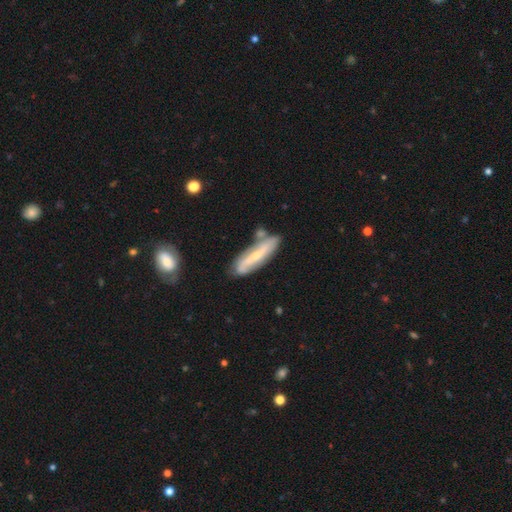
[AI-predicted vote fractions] smooth-or-featured: featured or disk: 59% | smooth: 35% | star or artifact: 7%
  disk-edge-on: no: 58% | yes: 42%
  merging: none: 66% | minor disturbance: 18% | merger: 10% | major disturbance: 5%